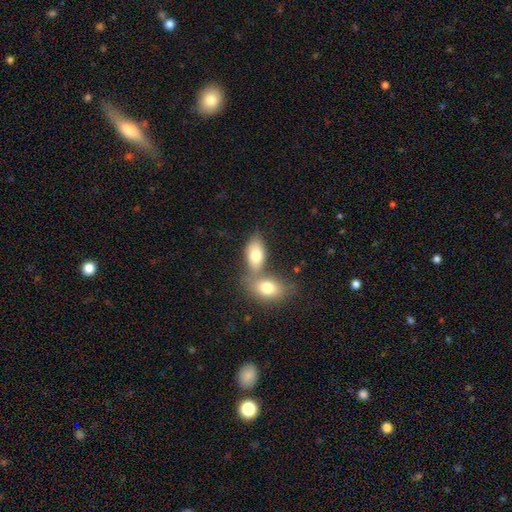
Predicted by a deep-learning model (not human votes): Smooth or featured: smooth — 76% (featured or disk — 17%)
How rounded: in between — 89% (round — 7%)
Merging: merger — 52% (none — 35%)